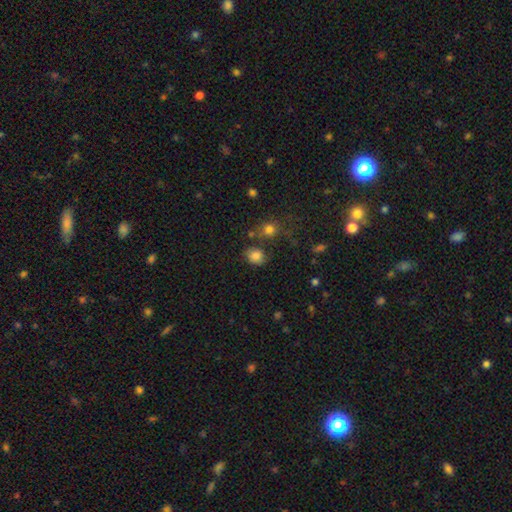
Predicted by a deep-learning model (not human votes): smooth-or-featured: smooth: 80% | star or artifact: 12% | featured or disk: 8%
  how-rounded: round: 62% | in between: 37% | cigar-shaped: 1%
  merging: none: 67% | minor disturbance: 17% | merger: 9% | major disturbance: 6%